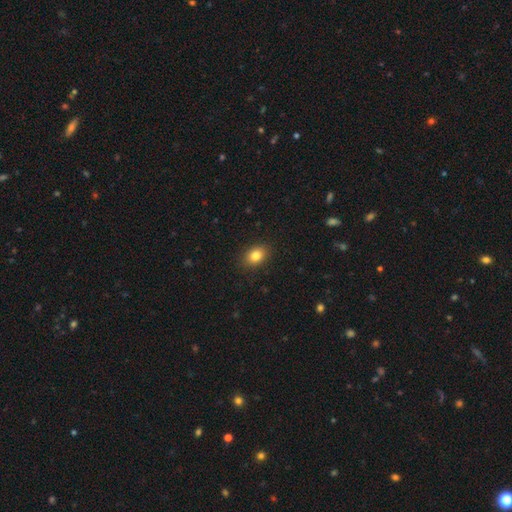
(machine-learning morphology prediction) This appears to be a smooth galaxy with no disk features (82%) that is in between round and cigar-shaped (67%). Merging: none (89%).